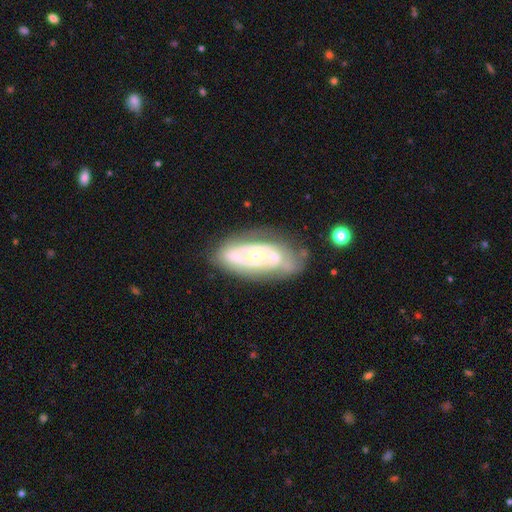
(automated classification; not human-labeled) A featured or disk galaxy (77%) with no bar (66%), spiral arms (62%) and a small central bulge (55%).

Vote fractions:
- Smooth or featured? featured or disk: 77% / smooth: 17% / star or artifact: 6%
- Edge-on disk? no: 92% / yes: 8%
- Bar? no: 66% / weak: 23% / strong: 10%
- Spiral arms? yes: 62% / no: 38%
- Bulge size? small: 55% / moderate: 41% / large: 2% / none: 1% / dominant: 1%
- Merging? none: 62% / minor disturbance: 23% / major disturbance: 11% / merger: 4%